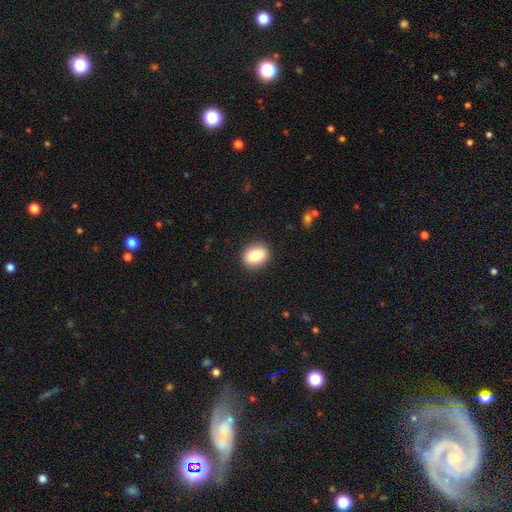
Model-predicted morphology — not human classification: smooth_or_featured: smooth (p=0.82) [alt: featured or disk p=0.09]
how_rounded: in between (p=0.61) [alt: round p=0.38]
merging: none (p=0.89) [alt: minor disturbance p=0.08]